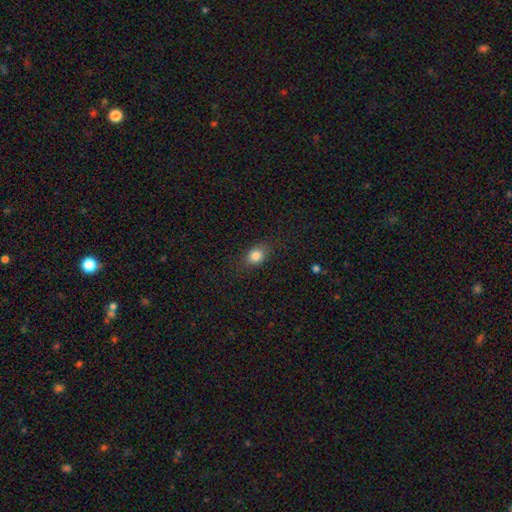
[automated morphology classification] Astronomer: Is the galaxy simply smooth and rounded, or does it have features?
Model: smooth — 82%.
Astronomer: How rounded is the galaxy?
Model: in between — 55% (runner-up: round, 42%).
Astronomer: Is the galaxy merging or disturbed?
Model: none — 81%.